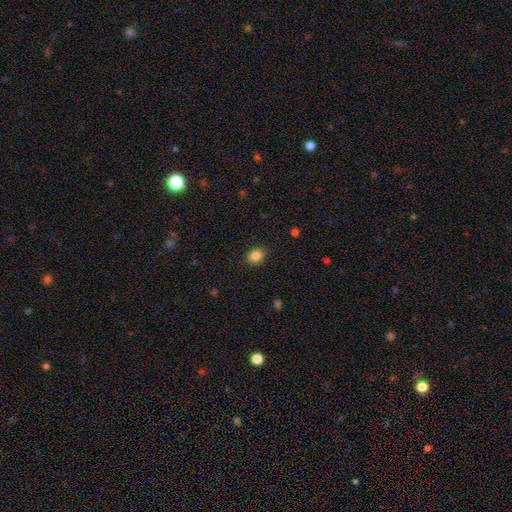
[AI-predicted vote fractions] Smooth or featured?
  - smooth: 86% *
  - star or artifact: 10%
  - featured or disk: 4%
How rounded?
  - in between: 56% *
  - round: 43%
  - cigar-shaped: 1%
Merging?
  - none: 88% *
  - minor disturbance: 9%
  - major disturbance: 2%
  - merger: 1%